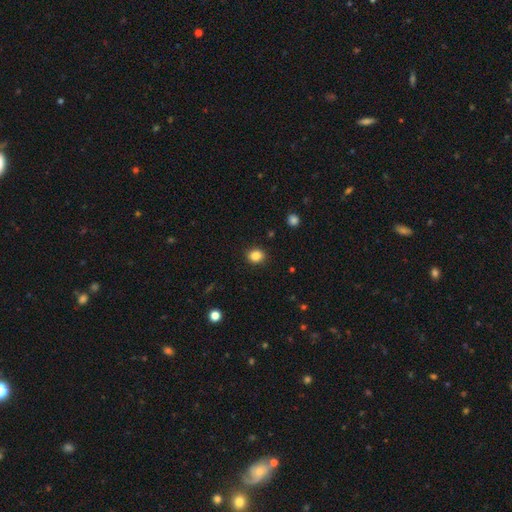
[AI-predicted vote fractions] Smooth or featured? smooth (85%)
How rounded? round (72%)
Merging? none (91%)